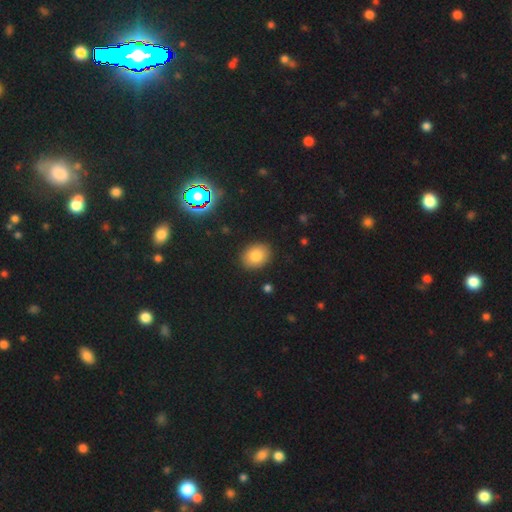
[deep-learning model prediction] The model was most divided on "how rounded": in between: 58%, round: 41%, cigar-shaped: 1%. More confident: merging — none (88%); smooth or featured — smooth (81%).